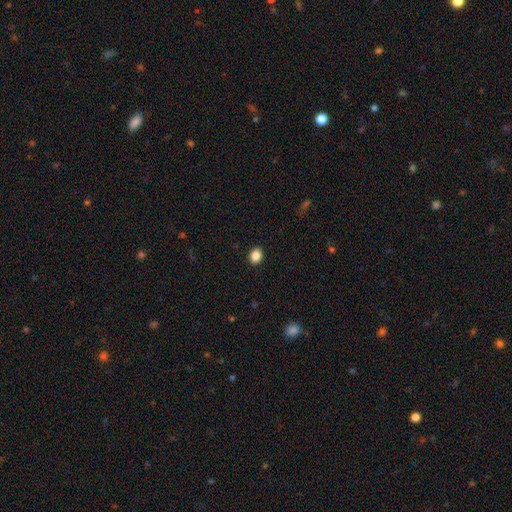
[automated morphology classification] The model was most divided on "how rounded": in between: 52%, round: 47%, cigar-shaped: 1%. More confident: merging — none (91%); smooth or featured — smooth (87%).